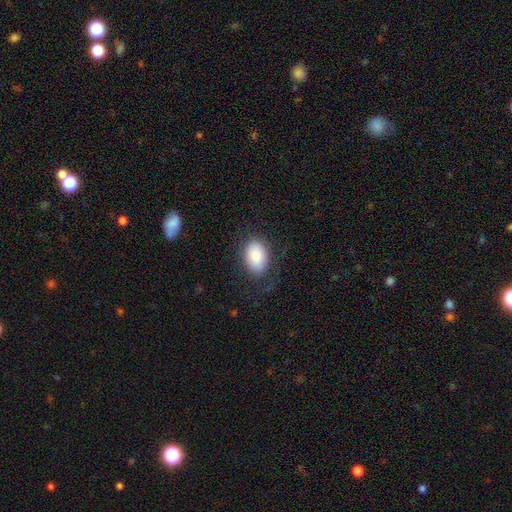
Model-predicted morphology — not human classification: smooth_or_featured: smooth (p=0.78) [alt: featured or disk p=0.15]
how_rounded: in between (p=0.81) [alt: round p=0.18]
merging: none (p=0.75) [alt: minor disturbance p=0.16]